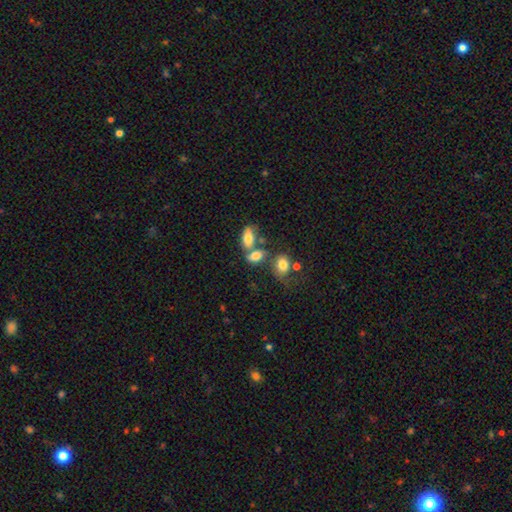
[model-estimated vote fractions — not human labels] This appears to be a smooth galaxy with no disk features (77%) that is in between round and cigar-shaped (84%). Merging: merger (40%, tied with none).